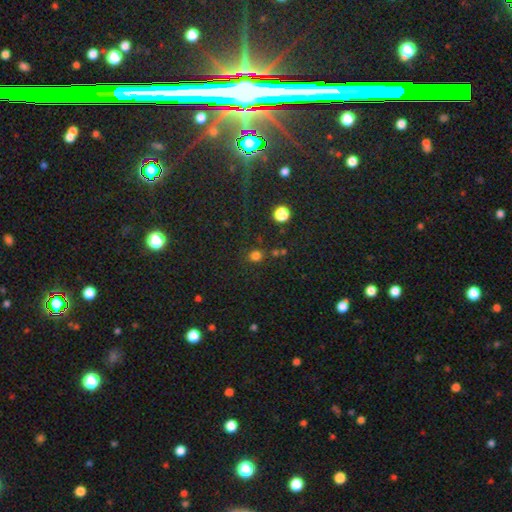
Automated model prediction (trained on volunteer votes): Smooth or featured?
  - smooth: 74% *
  - star or artifact: 21%
  - featured or disk: 5%
How rounded?
  - round: 80% *
  - in between: 19%
  - cigar-shaped: 1%
Merging?
  - none: 79% *
  - minor disturbance: 11%
  - merger: 6%
  - major disturbance: 4%